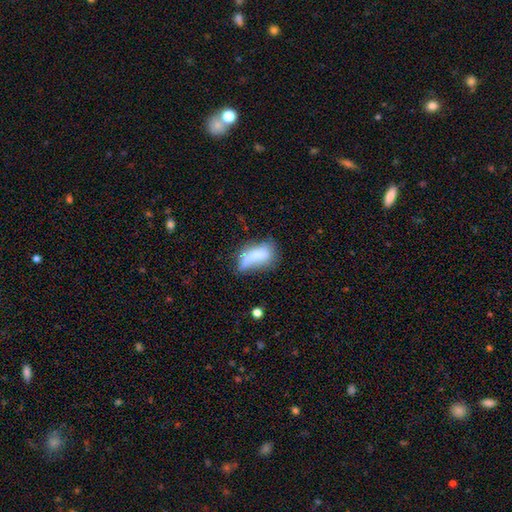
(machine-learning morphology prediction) smooth 65%, featured or disk 25%, star or artifact 10%. Down the decision tree: how rounded — in between (77%); merging — none (32%).